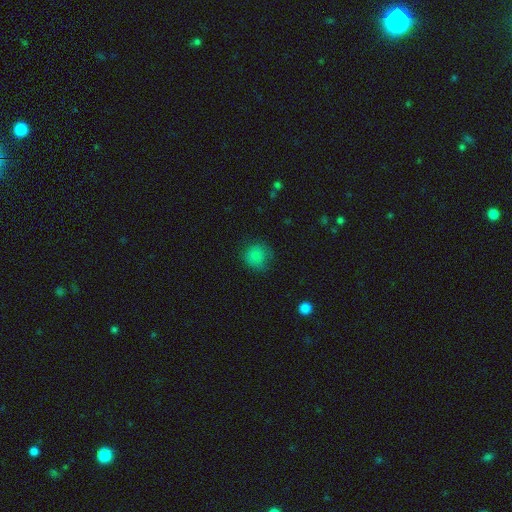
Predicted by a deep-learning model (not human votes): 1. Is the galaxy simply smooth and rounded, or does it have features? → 81% smooth, 12% star or artifact, 7% featured or disk.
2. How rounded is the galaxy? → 88% round, 11% in between, 1% cigar-shaped.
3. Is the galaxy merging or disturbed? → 70% none, 21% minor disturbance, 8% major disturbance, 1% merger.